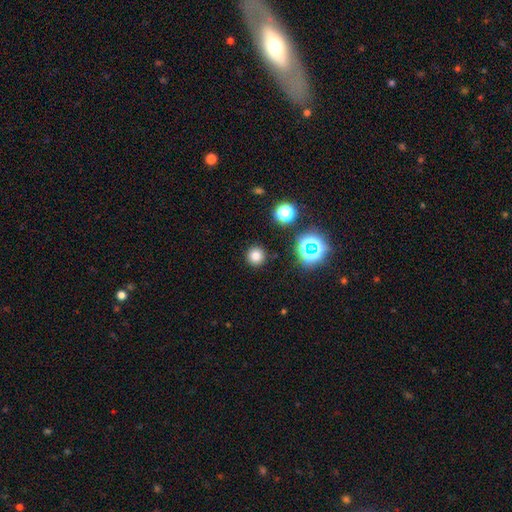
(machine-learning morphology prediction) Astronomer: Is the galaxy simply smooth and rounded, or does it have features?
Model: smooth — 76%.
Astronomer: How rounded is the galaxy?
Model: round — 94%.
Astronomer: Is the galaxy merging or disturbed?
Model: none — 90%.